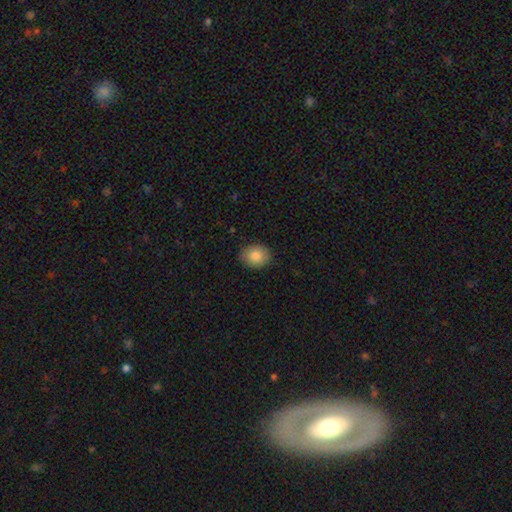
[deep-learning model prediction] smooth 84%, featured or disk 8%, star or artifact 8%. Down the decision tree: how rounded — round (52%); merging — none (85%).